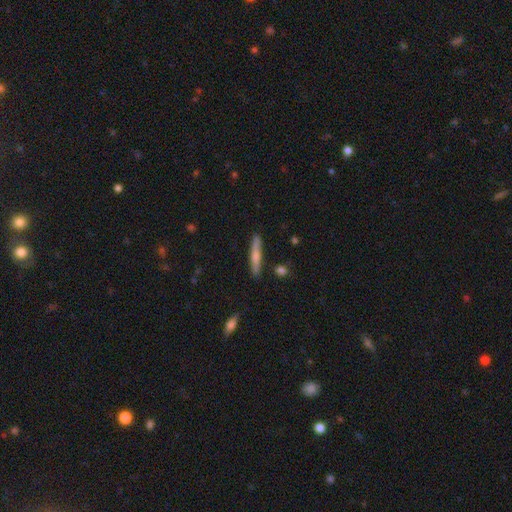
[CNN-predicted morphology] This appears to be a smooth galaxy with no disk features (58%) that is cigar-shaped (93%). Merging: none (86%).